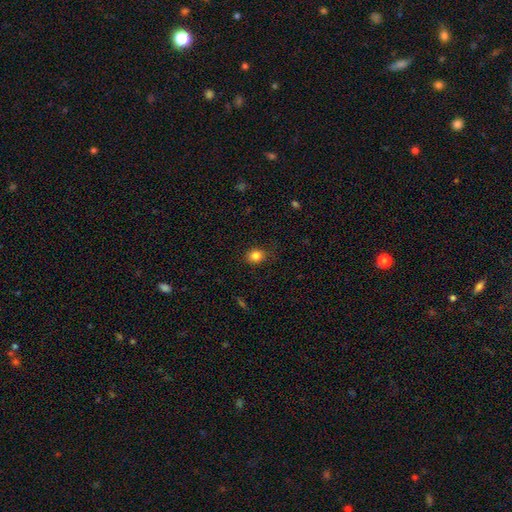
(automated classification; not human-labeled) Q: Smooth or featured?
A: smooth (83%); runner-up: star or artifact (11%)
Q: How rounded?
A: round (64%); runner-up: in between (35%)
Q: Merging?
A: none (82%); runner-up: minor disturbance (14%)